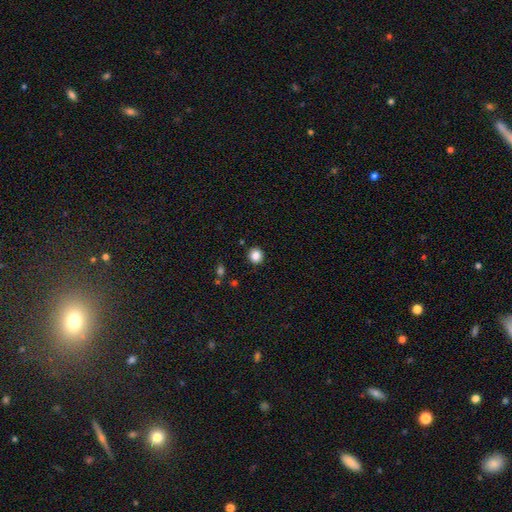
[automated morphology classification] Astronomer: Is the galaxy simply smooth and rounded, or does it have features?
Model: smooth — 86%.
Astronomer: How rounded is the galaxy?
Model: round — 88%.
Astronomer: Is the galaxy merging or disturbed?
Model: none — 90%.